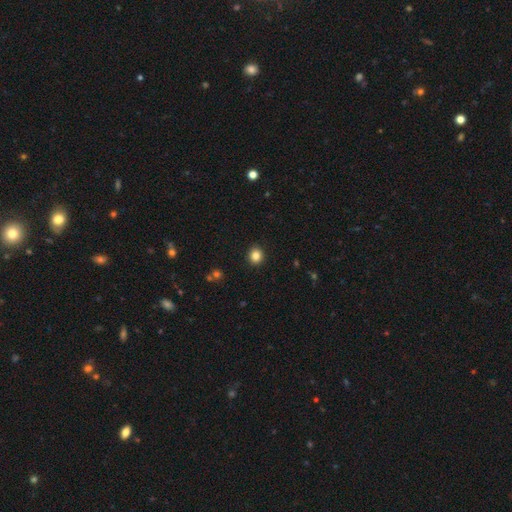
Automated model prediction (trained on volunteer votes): Smooth or featured? Predicted: smooth (p=0.84). How rounded? Predicted: round (p=0.85). Merging? Predicted: none (p=0.92).